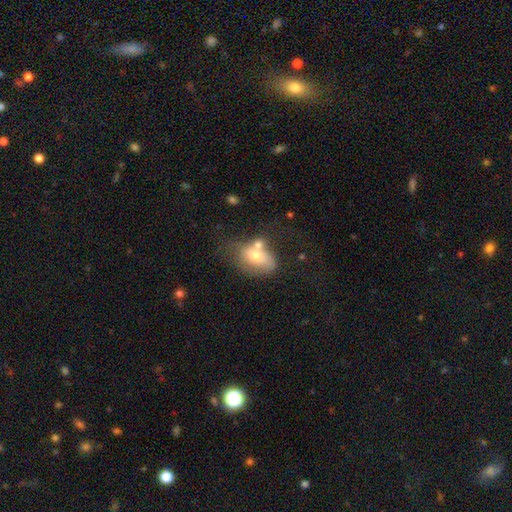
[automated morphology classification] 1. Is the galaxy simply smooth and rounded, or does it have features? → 64% smooth, 27% featured or disk, 9% star or artifact.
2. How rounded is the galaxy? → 79% in between, 20% round, 2% cigar-shaped.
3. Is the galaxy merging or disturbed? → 34% merger, 32% none, 21% minor disturbance, 14% major disturbance.